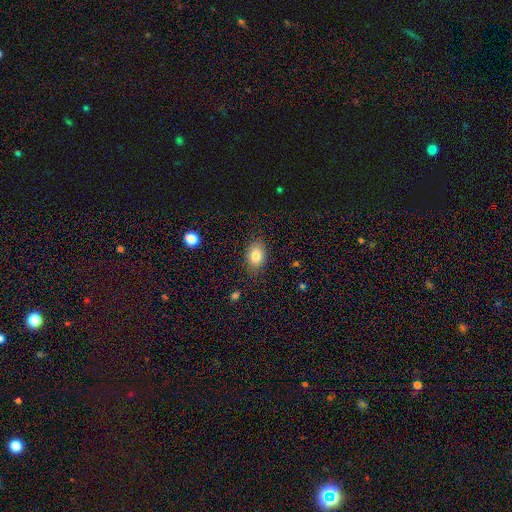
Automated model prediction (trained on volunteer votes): The model was most divided on "how rounded": in between: 78%, round: 21%, cigar-shaped: 1%. More confident: merging — none (82%); smooth or featured — smooth (82%).